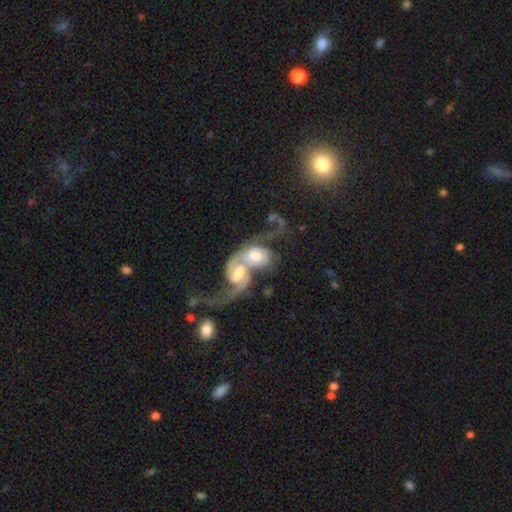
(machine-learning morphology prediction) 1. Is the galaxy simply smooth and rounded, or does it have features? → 71% featured or disk, 22% smooth, 7% star or artifact.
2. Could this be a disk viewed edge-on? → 95% no, 5% yes.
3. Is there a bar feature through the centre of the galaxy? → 50% no, 36% weak, 14% strong.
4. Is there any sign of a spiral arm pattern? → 87% yes, 13% no.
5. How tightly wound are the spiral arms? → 58% loose, 29% medium, 13% tight.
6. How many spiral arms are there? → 71% 2, 13% 1, 11% can't tell, 2% 3, 1% 4, 1% more than 4.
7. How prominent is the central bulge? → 41% moderate, 28% large, 19% small, 7% none, 5% dominant.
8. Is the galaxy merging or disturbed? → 81% merger, 9% major disturbance, 7% none, 4% minor disturbance.